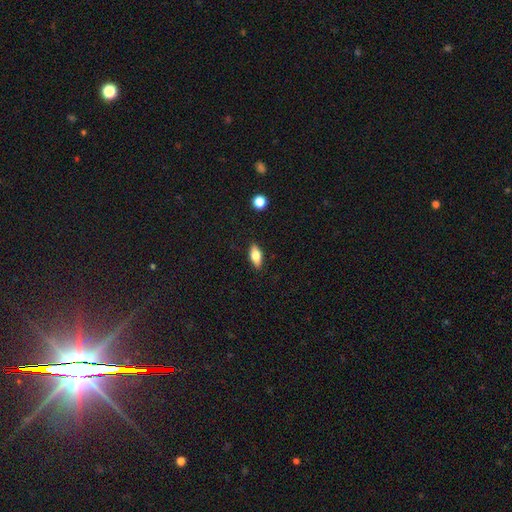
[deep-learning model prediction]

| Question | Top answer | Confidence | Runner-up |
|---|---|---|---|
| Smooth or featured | smooth | 69% | featured or disk (24%) |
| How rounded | in between | 80% | cigar-shaped (16%) |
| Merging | none | 88% | minor disturbance (9%) |